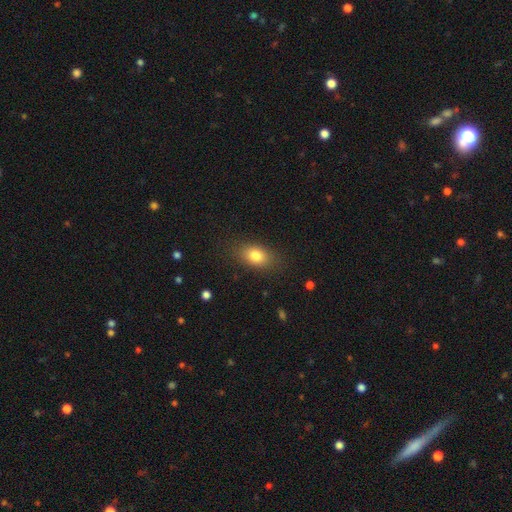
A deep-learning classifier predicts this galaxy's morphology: type=smooth (80%); roundness=in between (81%); merging=none (83%).